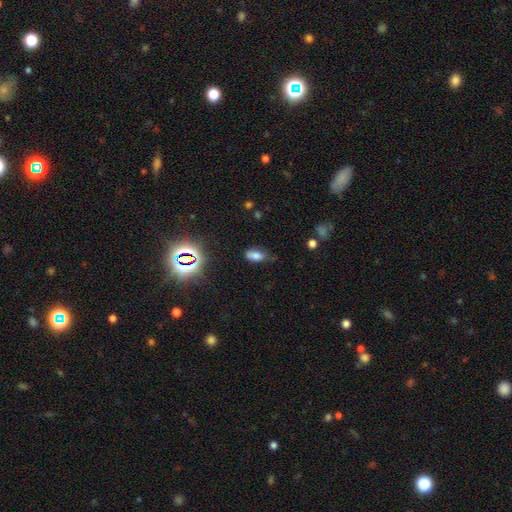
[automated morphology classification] smooth-or-featured: smooth: 72% | star or artifact: 18% | featured or disk: 10%
  how-rounded: in between: 88% | cigar-shaped: 6% | round: 6%
  merging: none: 60% | minor disturbance: 29% | major disturbance: 8% | merger: 3%